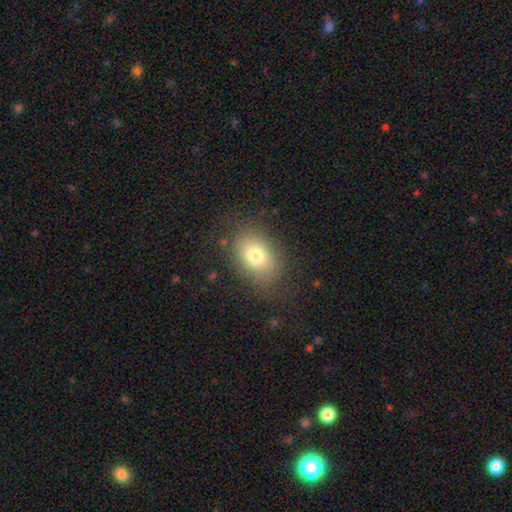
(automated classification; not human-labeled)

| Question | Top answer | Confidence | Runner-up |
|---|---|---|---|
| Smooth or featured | smooth | 76% | featured or disk (14%) |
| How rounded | in between | 75% | round (23%) |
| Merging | none | 78% | minor disturbance (14%) |